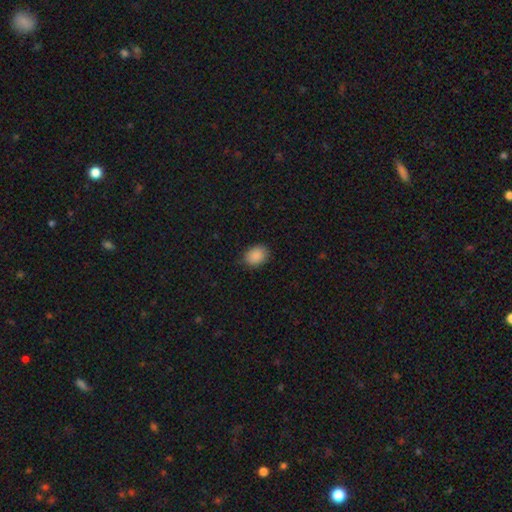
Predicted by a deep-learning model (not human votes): smooth_or_featured: smooth (p=0.89) [alt: star or artifact p=0.08]
how_rounded: in between (p=0.63) [alt: round p=0.36]
merging: none (p=0.84) [alt: minor disturbance p=0.13]